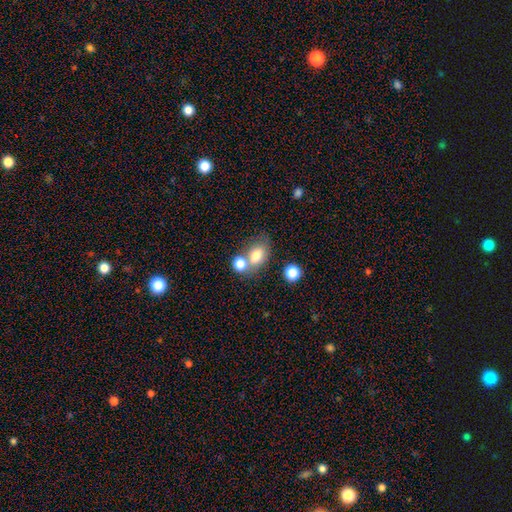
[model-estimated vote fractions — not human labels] Smooth or featured? smooth (77%)
How rounded? in between (68%)
Merging? none (46%)